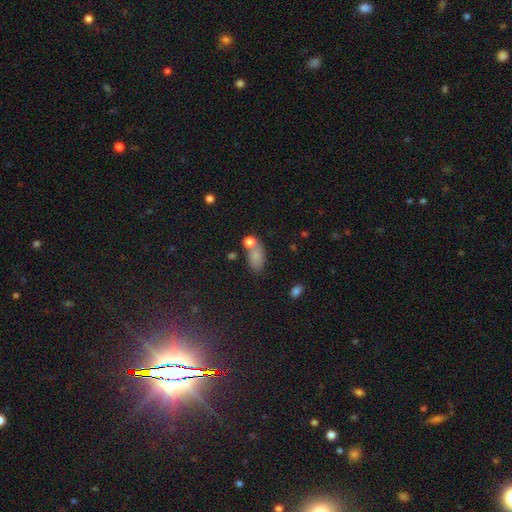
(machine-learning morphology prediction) Smooth or featured?
  - smooth: 79% *
  - star or artifact: 11%
  - featured or disk: 10%
How rounded?
  - in between: 85% *
  - round: 12%
  - cigar-shaped: 3%
Merging?
  - none: 48% *
  - merger: 28%
  - minor disturbance: 17%
  - major disturbance: 7%